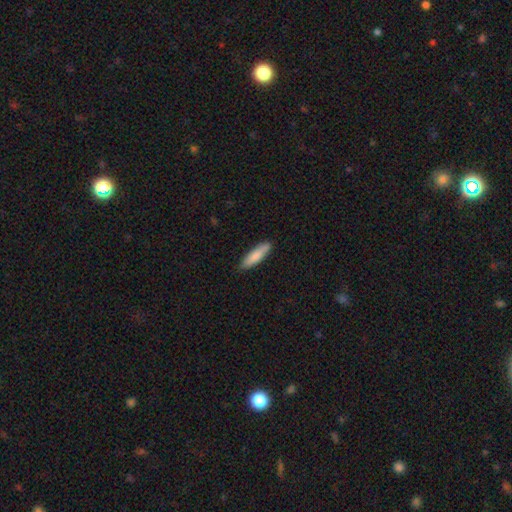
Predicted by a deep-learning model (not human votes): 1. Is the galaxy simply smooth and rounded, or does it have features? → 83% smooth, 12% featured or disk, 5% star or artifact.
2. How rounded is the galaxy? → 73% cigar-shaped, 25% in between, 1% round.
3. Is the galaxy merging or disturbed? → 87% none, 10% minor disturbance, 2% major disturbance, 1% merger.